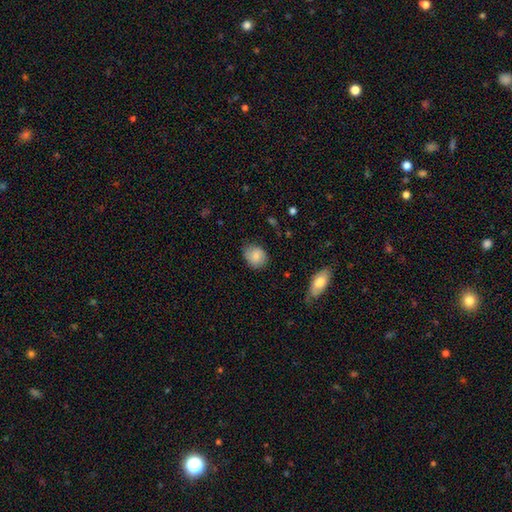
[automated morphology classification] A smooth galaxy with no disk features (80%) that is round (56%). Merging: none (70%).